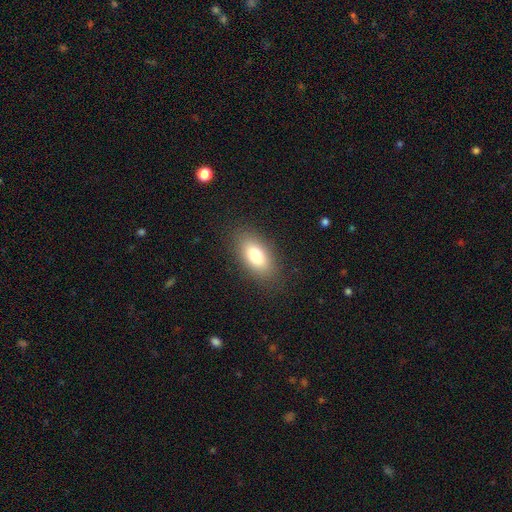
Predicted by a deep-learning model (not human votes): This is likely a smooth galaxy (78%). How rounded: clearly in between (89%). Merging: clearly none (85%).